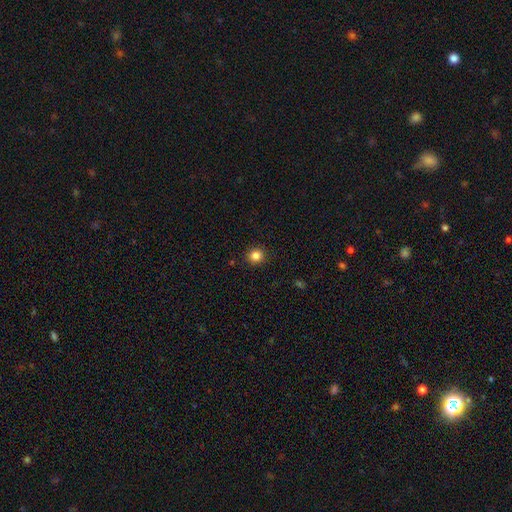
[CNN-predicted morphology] smooth 84%, star or artifact 12%, featured or disk 4%. Down the decision tree: how rounded — round (91%); merging — none (92%).